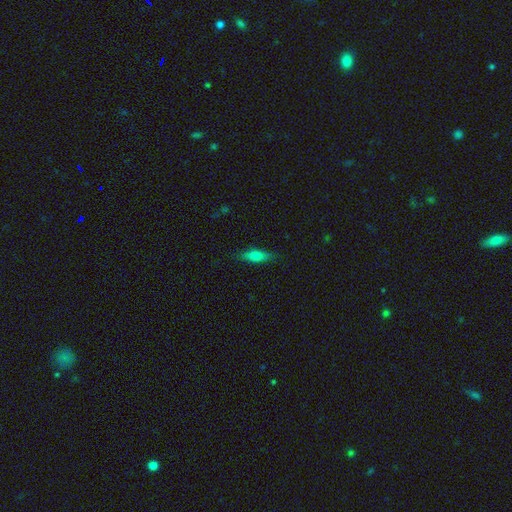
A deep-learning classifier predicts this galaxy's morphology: Smooth or featured: smooth — 68% (featured or disk — 24%)
How rounded: in between — 54% (cigar-shaped — 43%)
Merging: none — 83% (minor disturbance — 13%)